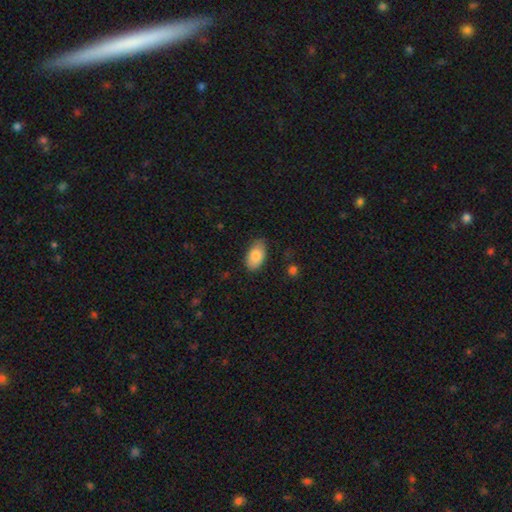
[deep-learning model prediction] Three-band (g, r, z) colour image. It shows a smooth galaxy with no disk features (85%) that is in between round and cigar-shaped (94%). Merging: none (78%).